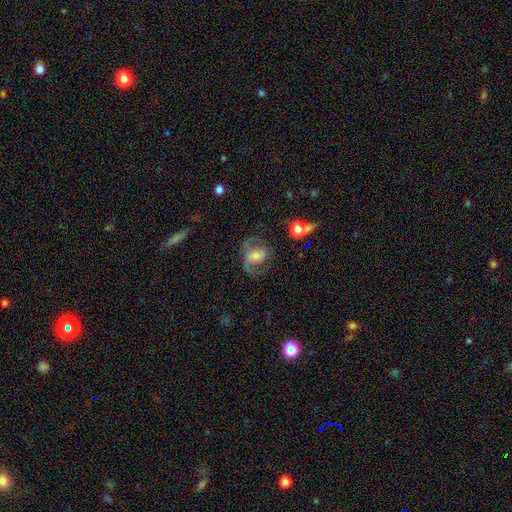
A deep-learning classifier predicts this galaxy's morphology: featured or disk 65%, smooth 26%, star or artifact 9%. Down the decision tree: edge-on disk — no (96%); bar — no (51%); spiral arms — yes (80%); spiral arm count — 2 (66%); spiral winding — medium (47%); bulge size — moderate (46%); merging — none (53%).